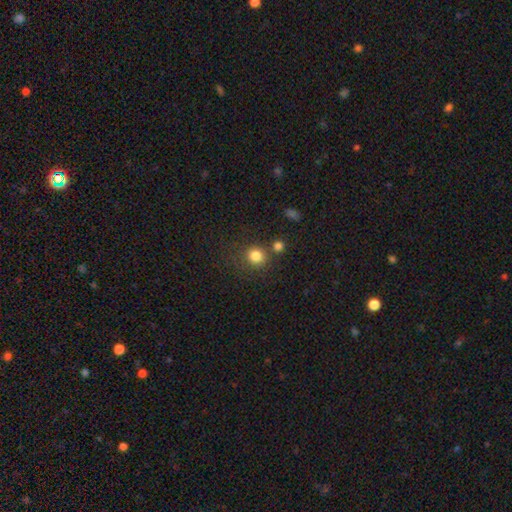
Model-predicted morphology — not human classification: smooth 82%, star or artifact 12%, featured or disk 6%. Down the decision tree: how rounded — round (88%); merging — none (72%).